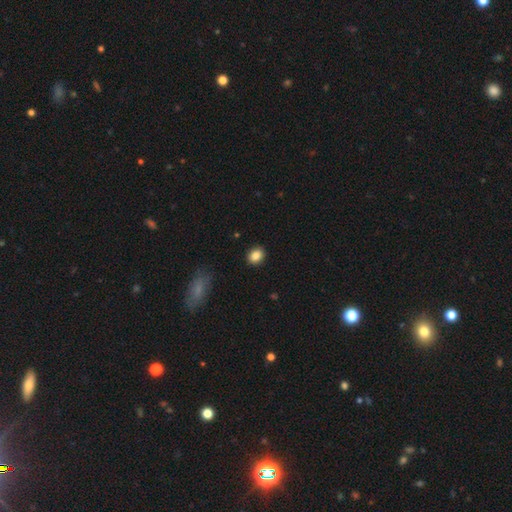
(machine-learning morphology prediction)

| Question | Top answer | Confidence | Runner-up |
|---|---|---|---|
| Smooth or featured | smooth | 86% | star or artifact (9%) |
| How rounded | round | 52% | in between (46%) |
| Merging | none | 90% | minor disturbance (7%) |